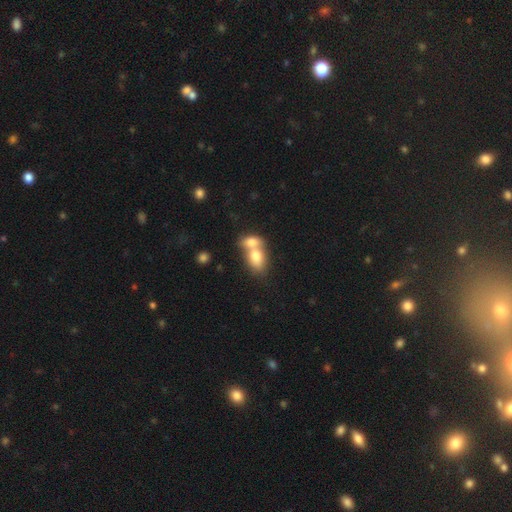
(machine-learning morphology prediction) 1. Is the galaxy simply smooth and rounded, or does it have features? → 76% smooth, 17% featured or disk, 8% star or artifact.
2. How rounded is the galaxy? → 78% in between, 19% round, 2% cigar-shaped.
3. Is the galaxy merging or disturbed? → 73% merger, 18% none, 6% minor disturbance, 3% major disturbance.